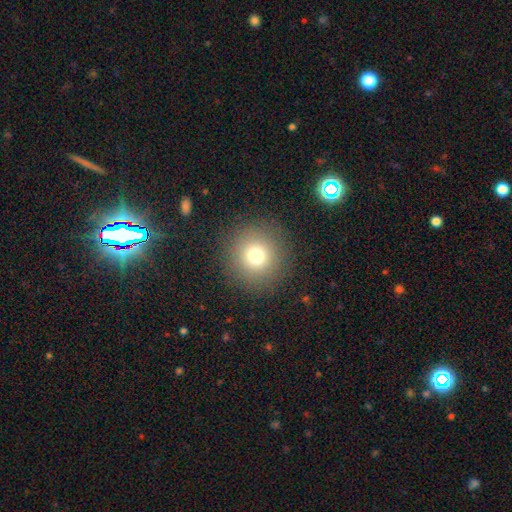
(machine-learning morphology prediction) type=smooth (75%); roundness=round (95%); merging=none (90%).